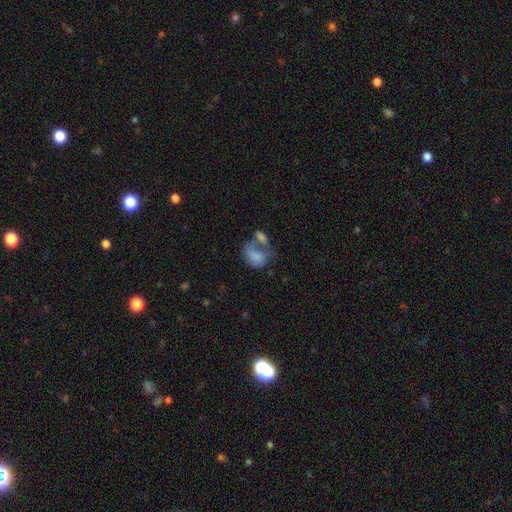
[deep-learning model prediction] Smooth or featured?
  - smooth: 69% *
  - featured or disk: 22%
  - star or artifact: 9%
How rounded?
  - in between: 71% *
  - round: 28%
  - cigar-shaped: 2%
Merging?
  - merger: 54% *
  - major disturbance: 20%
  - none: 16%
  - minor disturbance: 11%